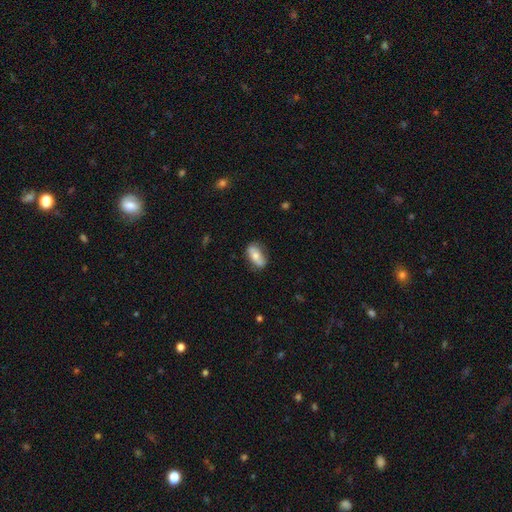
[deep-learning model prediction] smooth-or-featured: smooth: 62% | featured or disk: 32% | star or artifact: 7%
  how-rounded: in between: 88% | cigar-shaped: 7% | round: 5%
  merging: none: 72% | minor disturbance: 21% | major disturbance: 5% | merger: 2%